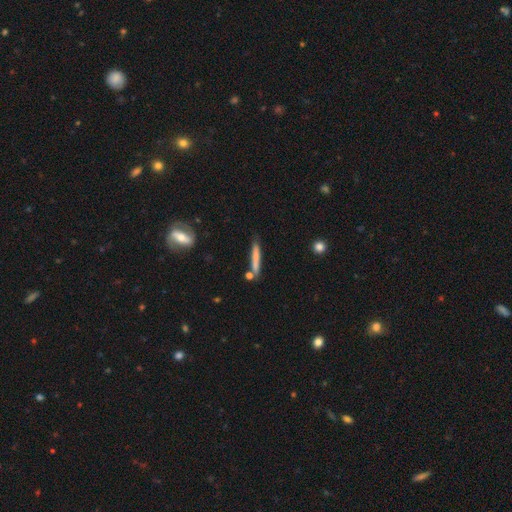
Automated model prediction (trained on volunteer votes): smooth 57%, featured or disk 35%, star or artifact 8%. Down the decision tree: how rounded — cigar-shaped (94%); merging — none (77%).